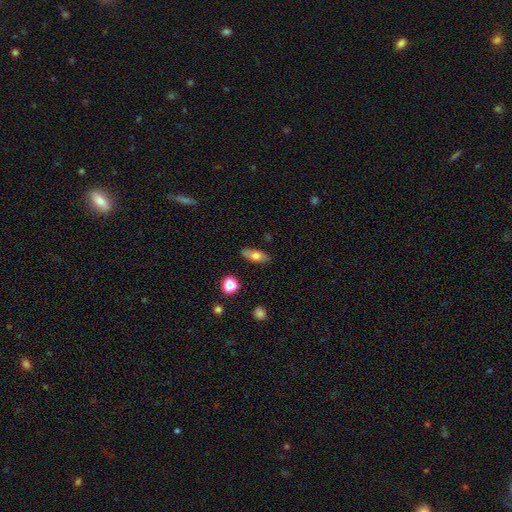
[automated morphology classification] Smooth or featured? smooth (69%)
How rounded? in between (75%)
Merging? none (84%)